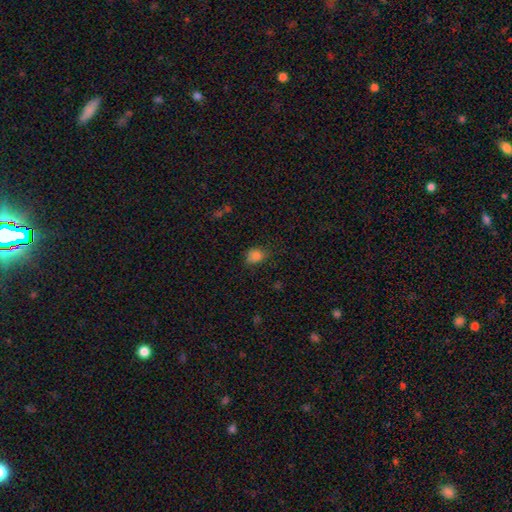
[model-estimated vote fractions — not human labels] A smooth galaxy with no disk features (81%) that is in between round and cigar-shaped (51%). Merging: none (58%).